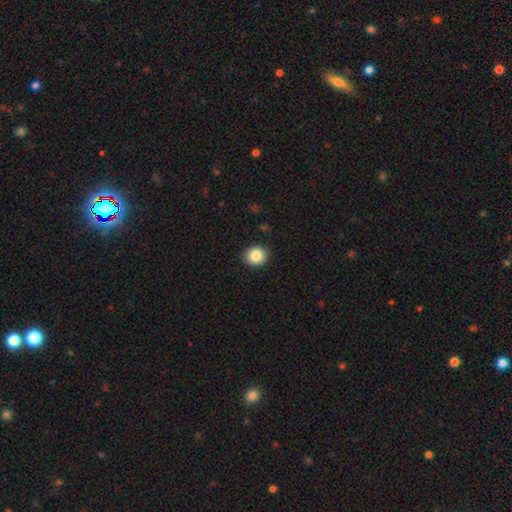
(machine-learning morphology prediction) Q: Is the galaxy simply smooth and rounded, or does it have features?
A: smooth — 85%.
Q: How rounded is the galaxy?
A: round — 79%.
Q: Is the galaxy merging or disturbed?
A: none — 90%.